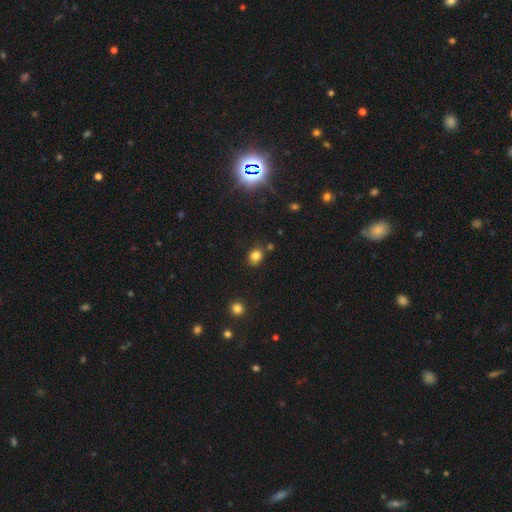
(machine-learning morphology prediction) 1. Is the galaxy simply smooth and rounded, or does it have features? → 79% smooth, 15% star or artifact, 6% featured or disk.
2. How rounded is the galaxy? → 64% round, 35% in between, 1% cigar-shaped.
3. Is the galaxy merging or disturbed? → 77% none, 14% minor disturbance, 6% merger, 3% major disturbance.